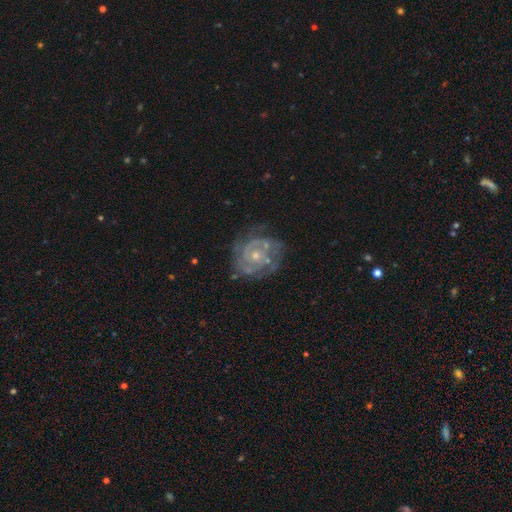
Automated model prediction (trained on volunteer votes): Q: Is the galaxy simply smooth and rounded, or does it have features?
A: featured or disk — 87%.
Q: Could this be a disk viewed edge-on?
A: no — 98%.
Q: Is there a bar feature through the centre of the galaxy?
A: no — 74%.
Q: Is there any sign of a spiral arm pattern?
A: yes — 95%.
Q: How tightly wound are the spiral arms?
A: tight — 68%.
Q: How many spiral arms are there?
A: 2 — 48%.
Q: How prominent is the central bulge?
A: small — 61%.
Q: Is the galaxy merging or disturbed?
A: none — 66%.